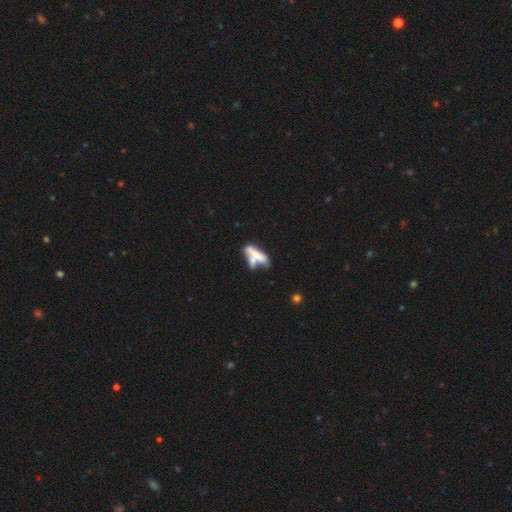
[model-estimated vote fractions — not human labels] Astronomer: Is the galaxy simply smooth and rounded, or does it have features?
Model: smooth — 54% (runner-up: featured or disk, 37%).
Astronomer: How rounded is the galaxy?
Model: cigar-shaped — 55% (runner-up: in between, 42%).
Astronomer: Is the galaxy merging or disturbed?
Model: merger — 51% (runner-up: none, 27%).